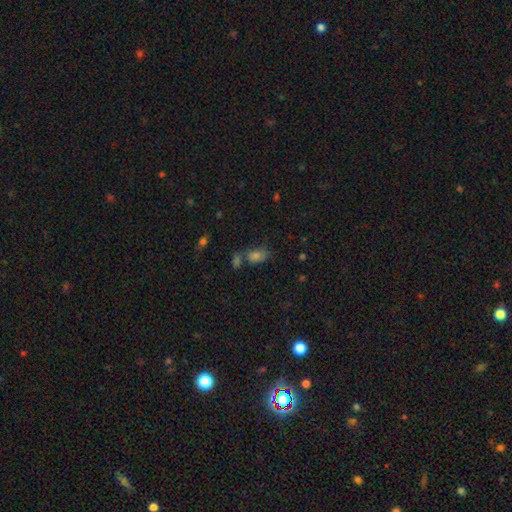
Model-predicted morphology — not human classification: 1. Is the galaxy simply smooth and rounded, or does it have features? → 70% smooth, 19% star or artifact, 11% featured or disk.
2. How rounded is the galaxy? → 83% in between, 14% round, 3% cigar-shaped.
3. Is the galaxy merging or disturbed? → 51% none, 26% merger, 16% minor disturbance, 7% major disturbance.